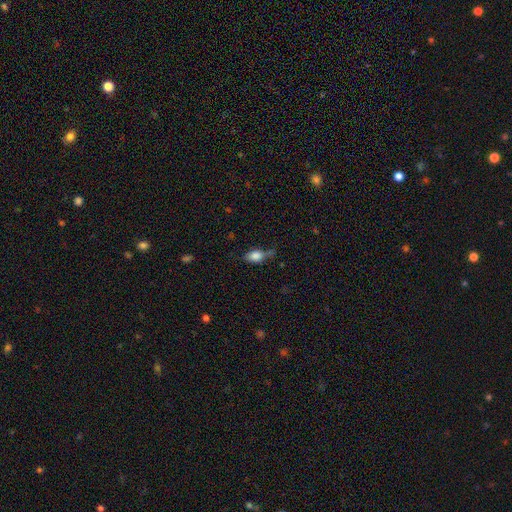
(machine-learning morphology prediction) Q: Smooth or featured?
A: smooth (79%); runner-up: featured or disk (13%)
Q: How rounded?
A: in between (85%); runner-up: round (9%)
Q: Merging?
A: none (51%); runner-up: minor disturbance (31%)